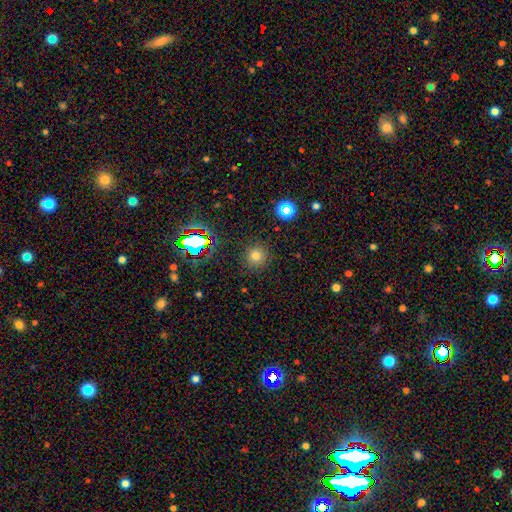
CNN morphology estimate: Smooth or featured?
  - smooth: 70% *
  - star or artifact: 22%
  - featured or disk: 7%
How rounded?
  - round: 95% *
  - in between: 4%
  - cigar-shaped: 1%
Merging?
  - none: 88% *
  - minor disturbance: 7%
  - major disturbance: 3%
  - merger: 2%